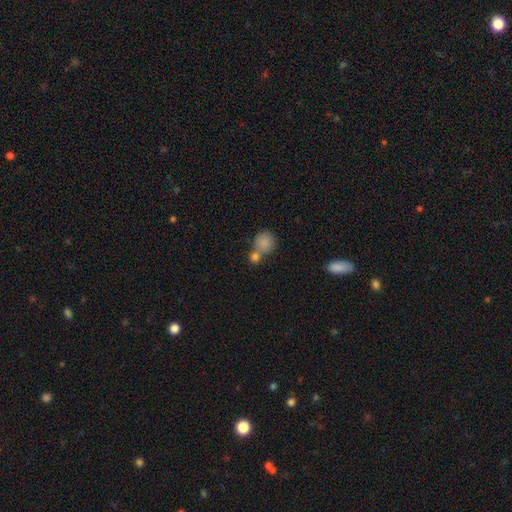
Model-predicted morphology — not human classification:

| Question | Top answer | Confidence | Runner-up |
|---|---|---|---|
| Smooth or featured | smooth | 81% | star or artifact (11%) |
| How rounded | round | 81% | in between (17%) |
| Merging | none | 47% | merger (40%) |